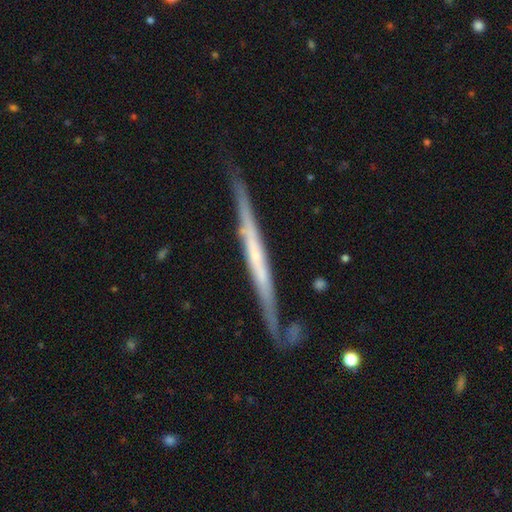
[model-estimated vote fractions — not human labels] Q: Smooth or featured?
A: featured or disk (73%); runner-up: smooth (22%)
Q: Edge-on disk?
A: yes (94%); runner-up: no (6%)
Q: Edge-on bulge?
A: none (74%); runner-up: rounded (17%)
Q: Merging?
A: none (75%); runner-up: minor disturbance (17%)